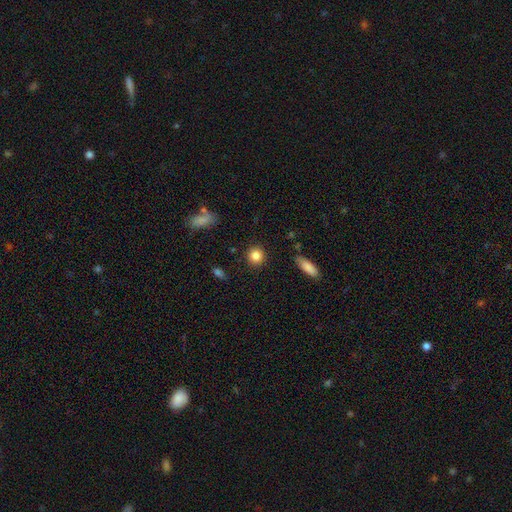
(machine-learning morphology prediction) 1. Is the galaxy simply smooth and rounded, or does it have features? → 85% smooth, 9% star or artifact, 6% featured or disk.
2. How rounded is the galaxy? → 88% round, 11% in between, 1% cigar-shaped.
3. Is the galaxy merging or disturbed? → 90% none, 6% minor disturbance, 2% major disturbance, 2% merger.